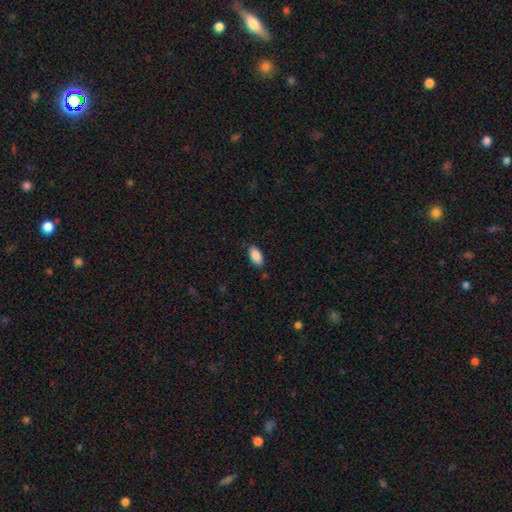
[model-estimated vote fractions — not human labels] Overall: smooth (90%). How rounded: in between (92%). Merging: none (84%).